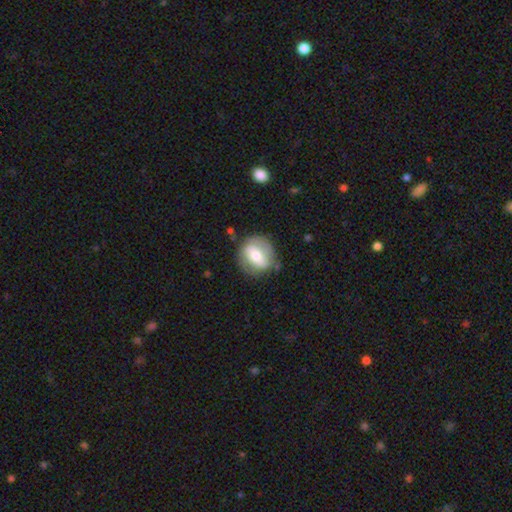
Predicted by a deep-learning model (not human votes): Q: Smooth or featured?
A: smooth (50%); runner-up: featured or disk (43%)
Q: Merging?
A: none (70%); runner-up: minor disturbance (20%)